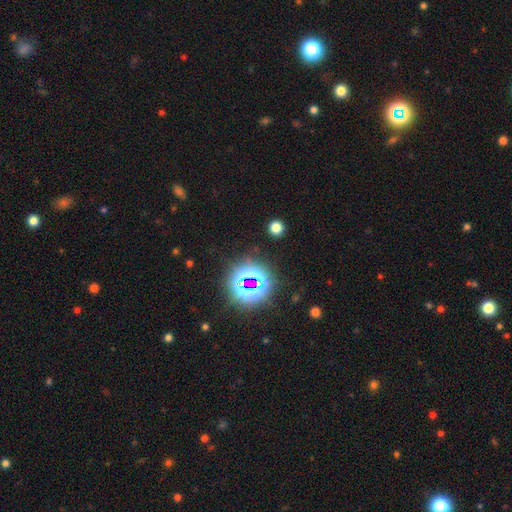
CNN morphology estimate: star or artifact 78%, smooth 14%, featured or disk 8%.